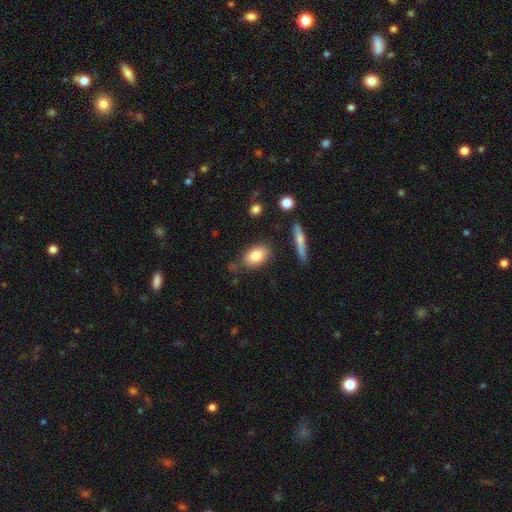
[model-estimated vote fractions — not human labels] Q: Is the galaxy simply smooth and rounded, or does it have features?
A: smooth — 81%.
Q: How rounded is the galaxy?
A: in between — 87%.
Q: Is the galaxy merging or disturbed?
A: none — 77%.